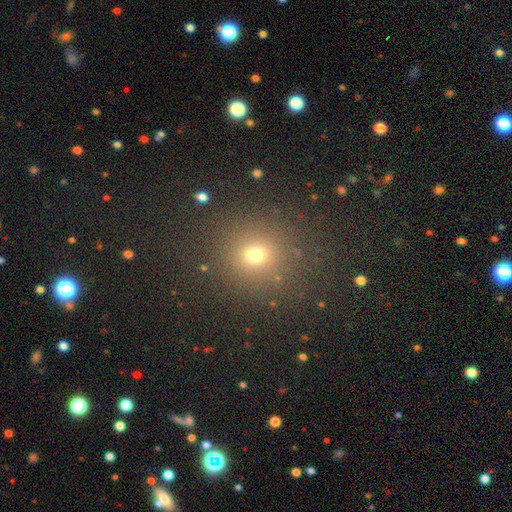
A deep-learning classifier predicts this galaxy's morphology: Smooth or featured? Predicted: smooth (p=0.60). How rounded? Predicted: round (p=0.87). Merging? Predicted: none (p=0.88).